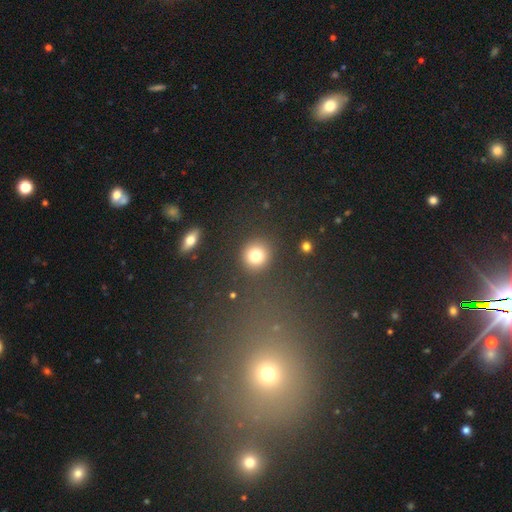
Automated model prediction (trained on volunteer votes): smooth 80%, star or artifact 12%, featured or disk 8%. Down the decision tree: how rounded — round (86%); merging — none (86%).